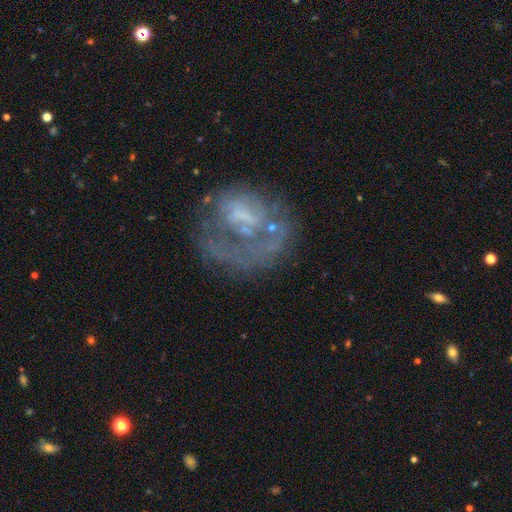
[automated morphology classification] Smooth or featured? featured or disk (62%)
Edge-on disk? no (97%)
Bar? no (76%)
Spiral arms? no (57%)
Bulge size? none (46%)
Merging? none (44%)